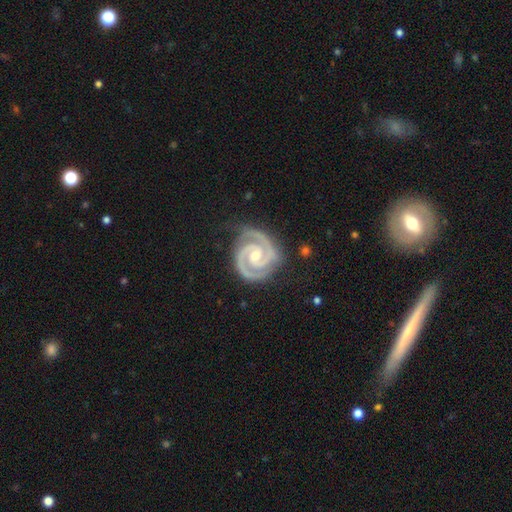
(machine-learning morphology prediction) Q: Smooth or featured?
A: featured or disk (95%); runner-up: star or artifact (3%)
Q: Edge-on disk?
A: no (98%); runner-up: yes (2%)
Q: Bar?
A: no (55%); runner-up: weak (31%)
Q: Spiral arms?
A: yes (99%); runner-up: no (1%)
Q: Spiral winding?
A: tight (75%); runner-up: medium (23%)
Q: Spiral arm count?
A: 2 (92%); runner-up: 3 (3%)
Q: Bulge size?
A: moderate (52%); runner-up: small (42%)
Q: Merging?
A: none (80%); runner-up: minor disturbance (15%)